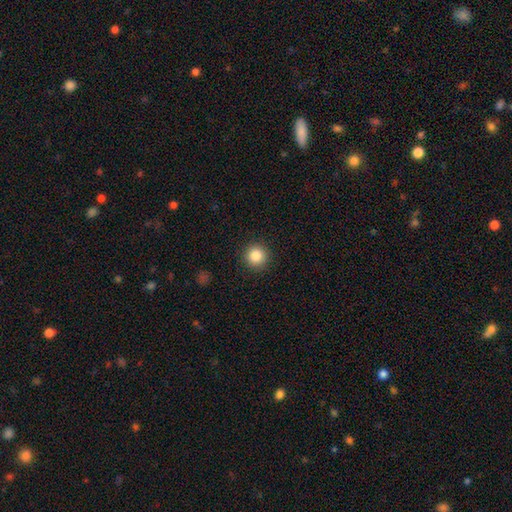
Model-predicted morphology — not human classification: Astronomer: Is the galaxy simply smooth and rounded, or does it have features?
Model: smooth — 86%.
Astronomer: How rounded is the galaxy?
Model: round — 95%.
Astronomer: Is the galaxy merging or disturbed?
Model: none — 92%.